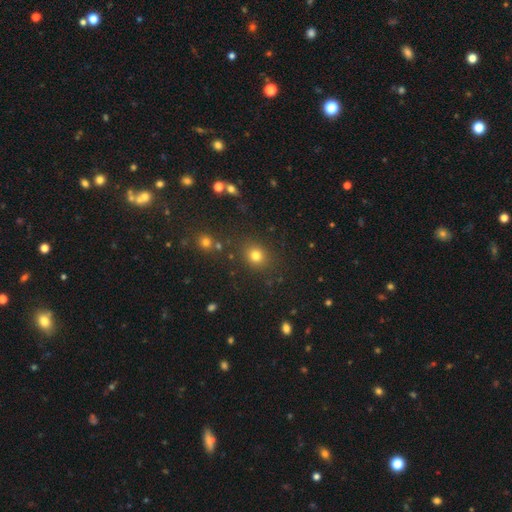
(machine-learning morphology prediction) A smooth galaxy with no disk features (77%) that is round (78%).

Vote fractions:
- Smooth or featured? smooth: 77% / star or artifact: 17% / featured or disk: 6%
- How rounded? round: 78% / in between: 21% / cigar-shaped: 1%
- Merging? none: 84% / minor disturbance: 8% / merger: 4% / major disturbance: 4%